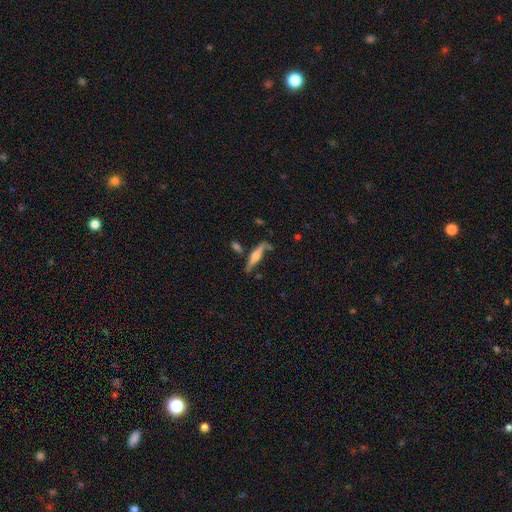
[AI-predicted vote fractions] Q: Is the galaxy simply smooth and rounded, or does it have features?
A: featured or disk — 57%.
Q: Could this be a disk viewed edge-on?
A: yes — 91%.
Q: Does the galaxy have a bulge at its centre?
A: rounded — 76%.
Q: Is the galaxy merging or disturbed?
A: none — 63%.